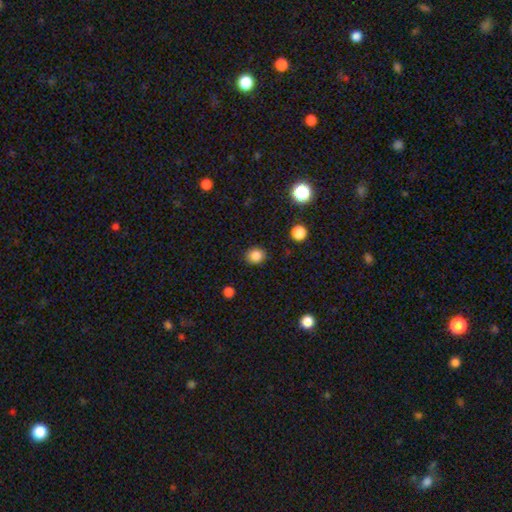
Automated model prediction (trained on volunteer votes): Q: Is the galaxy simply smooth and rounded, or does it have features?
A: smooth — 85%.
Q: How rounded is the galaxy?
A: round — 68%.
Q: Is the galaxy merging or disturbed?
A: none — 88%.